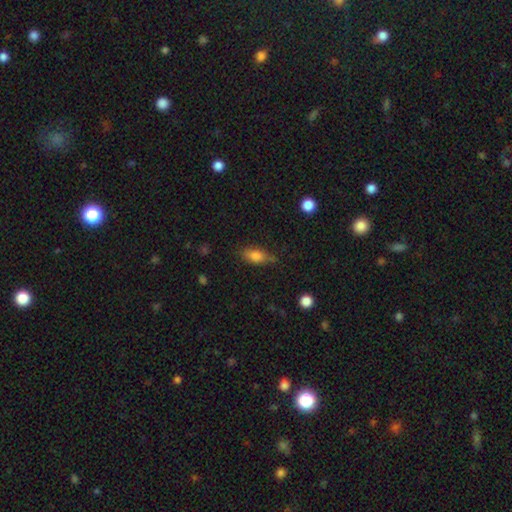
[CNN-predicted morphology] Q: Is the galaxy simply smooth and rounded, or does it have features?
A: smooth — 76%.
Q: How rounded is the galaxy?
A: in between — 81%.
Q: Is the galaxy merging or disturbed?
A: none — 69%.